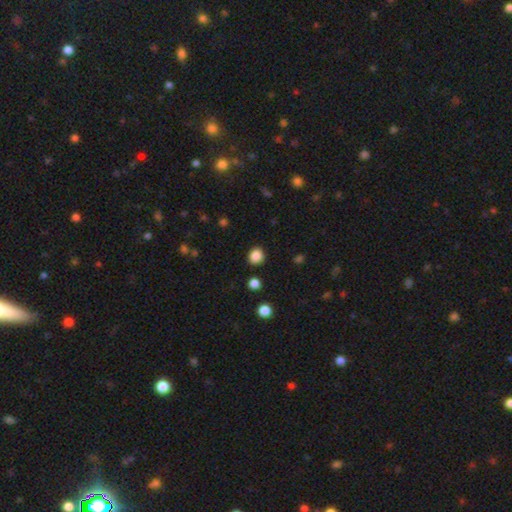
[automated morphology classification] Smooth or featured?
  - smooth: 86% *
  - star or artifact: 10%
  - featured or disk: 3%
How rounded?
  - round: 75% *
  - in between: 24%
  - cigar-shaped: 1%
Merging?
  - none: 88% *
  - minor disturbance: 7%
  - major disturbance: 2%
  - merger: 2%